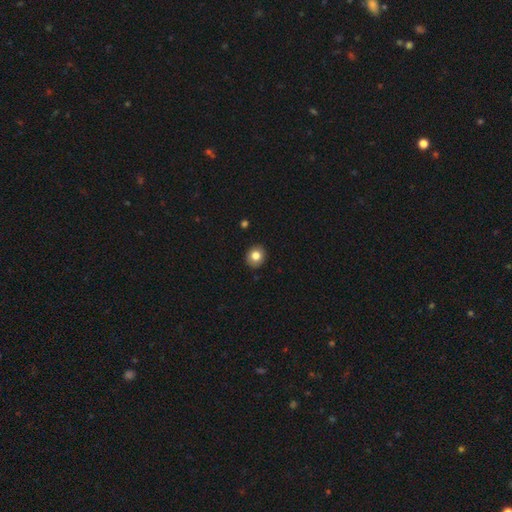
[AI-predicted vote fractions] This is clearly a smooth galaxy (81%). How rounded: likely round (78%). Merging: clearly none (90%).